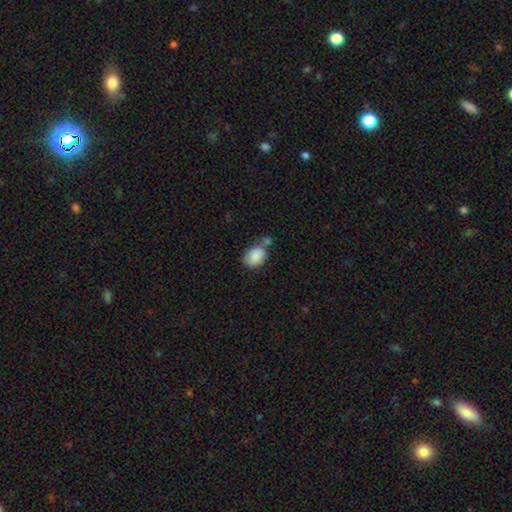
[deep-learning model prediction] Smooth or featured? smooth (87%)
How rounded? in between (69%)
Merging? none (46%)